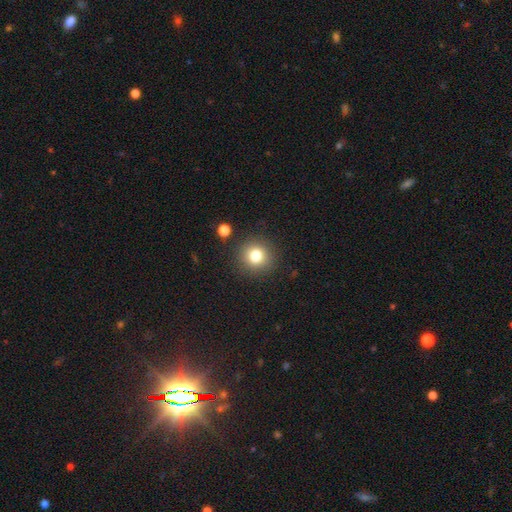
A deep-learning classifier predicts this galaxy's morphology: Smooth or featured: smooth — 79% (star or artifact — 13%)
How rounded: round — 92% (in between — 7%)
Merging: none — 88% (minor disturbance — 7%)